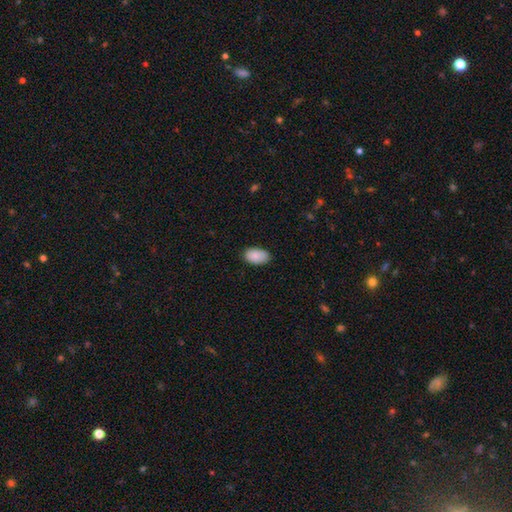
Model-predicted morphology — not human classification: The model was most divided on "merging": none: 81%, minor disturbance: 15%, major disturbance: 2%, merger: 1%. More confident: how rounded — in between (93%); smooth or featured — smooth (88%).